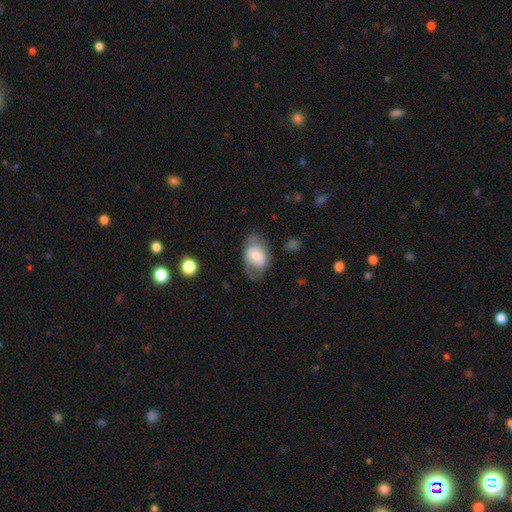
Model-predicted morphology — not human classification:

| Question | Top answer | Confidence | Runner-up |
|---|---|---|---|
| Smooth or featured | smooth | 55% | featured or disk (38%) |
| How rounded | in between | 81% | round (17%) |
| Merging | none | 58% | minor disturbance (24%) |